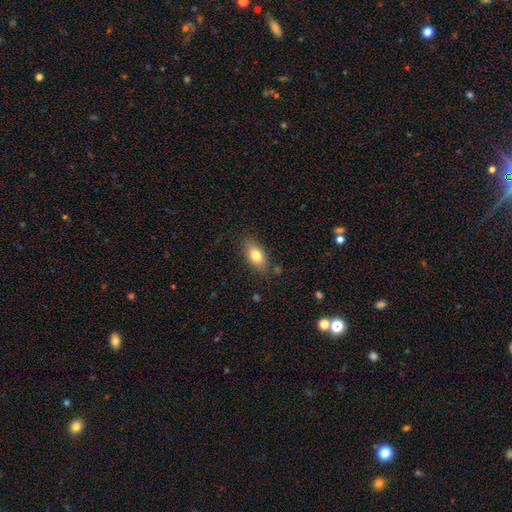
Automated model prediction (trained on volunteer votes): A smooth galaxy with no disk features (77%) that is in between round and cigar-shaped (86%).

Vote fractions:
- Smooth or featured? smooth: 77% / featured or disk: 15% / star or artifact: 8%
- How rounded? in between: 86% / round: 7% / cigar-shaped: 7%
- Merging? none: 81% / minor disturbance: 14% / major disturbance: 3% / merger: 2%